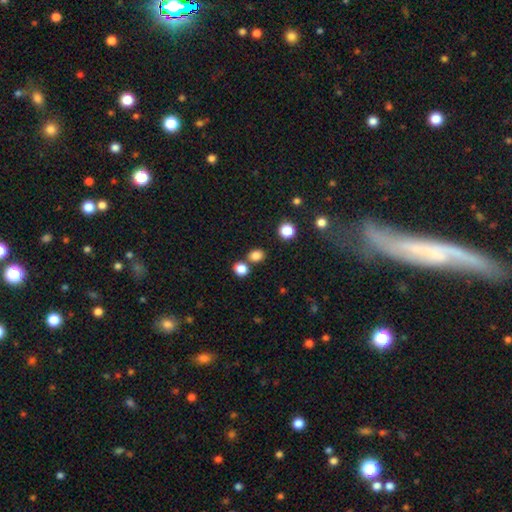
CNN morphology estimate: Smooth or featured: smooth — 83% (star or artifact — 13%)
How rounded: round — 55% (in between — 44%)
Merging: none — 72% (merger — 17%)